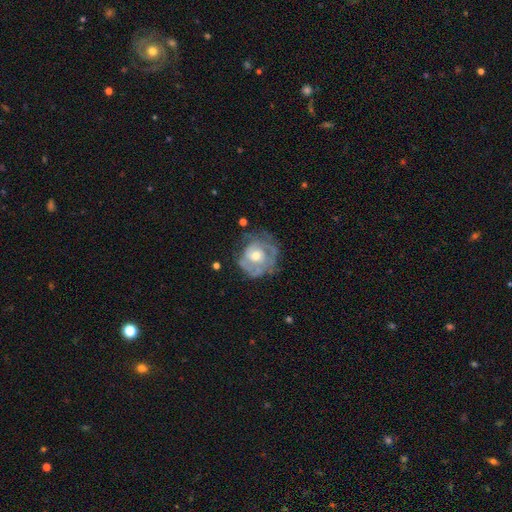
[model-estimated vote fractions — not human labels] A featured or disk galaxy (71%) with no bar (76%), spiral arms (69%) and a moderate central bulge (67%). Merging: none (57%).